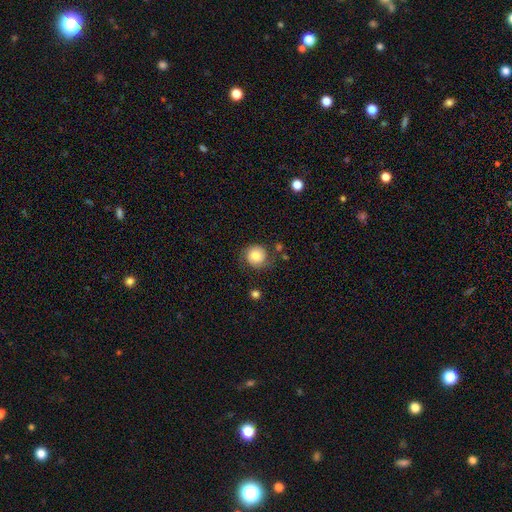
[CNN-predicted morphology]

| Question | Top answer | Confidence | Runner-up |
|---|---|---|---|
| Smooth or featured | smooth | 63% | featured or disk (29%) |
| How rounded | round | 90% | in between (10%) |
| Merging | none | 69% | minor disturbance (19%) |